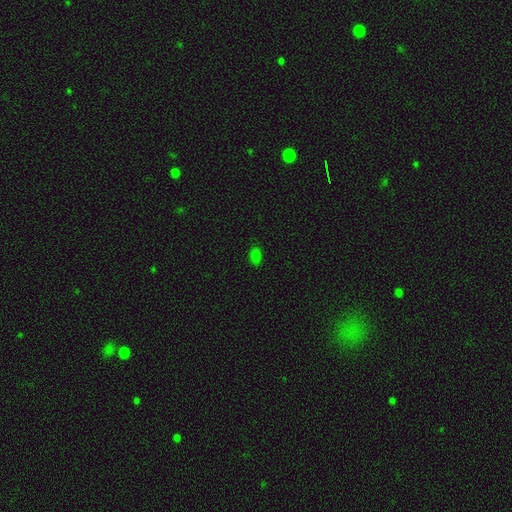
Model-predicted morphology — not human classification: This is likely a smooth galaxy (79%). How rounded: clearly in between (87%). Merging: clearly none (86%).